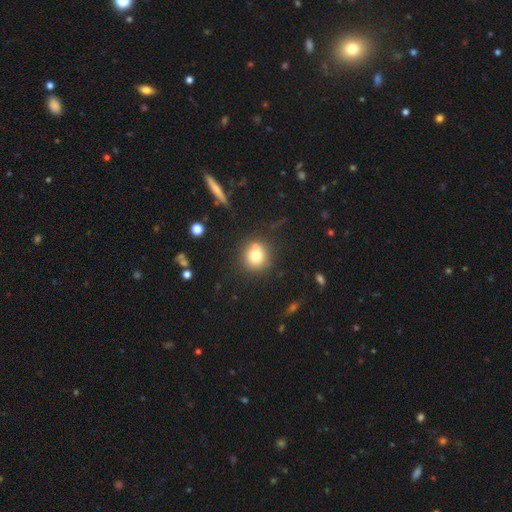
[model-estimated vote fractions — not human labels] This is likely a smooth galaxy (76%). How rounded: clearly round (88%). Merging: likely none (77%).